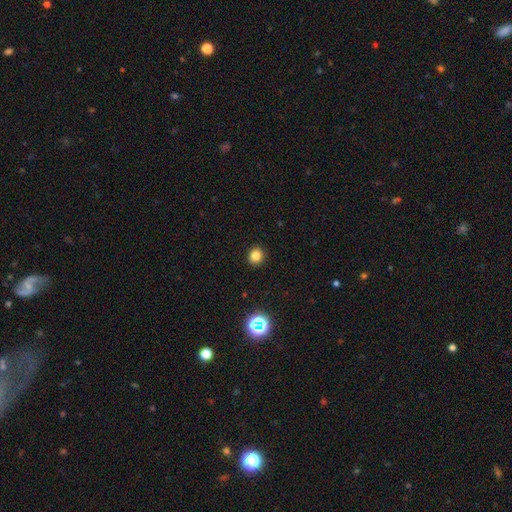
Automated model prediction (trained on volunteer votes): A smooth galaxy with no disk features (81%) that is round (82%). Merging: none (92%).